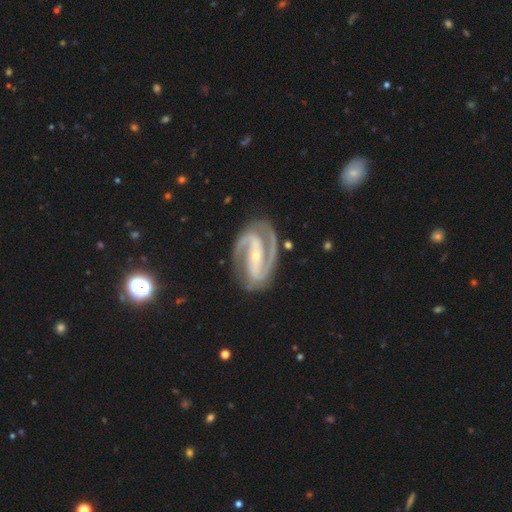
Smooth or featured?
  - featured or disk: 95% *
  - star or artifact: 5%
  - smooth: 0%
Edge-on disk?
  - no: 91% *
  - yes: 9%
Bar?
  - strong: 66% *
  - no: 19%
  - weak: 16%
Spiral arms?
  - yes: 100% *
  - no: 0%
Spiral winding?
  - tight: 44% *
  - medium: 41%
  - loose: 16%
Spiral arm count?
  - 2: 97% *
  - 3: 3%
  - 1: 0%
  - 4: 0%
  - more than 4: 0%
  - can't tell: 0%
Bulge size?
  - small: 78% *
  - moderate: 19%
  - none: 3%
  - dominant: 0%
  - large: 0%
Merging?
  - none: 83% *
  - major disturbance: 9%
  - minor disturbance: 6%
  - merger: 3%